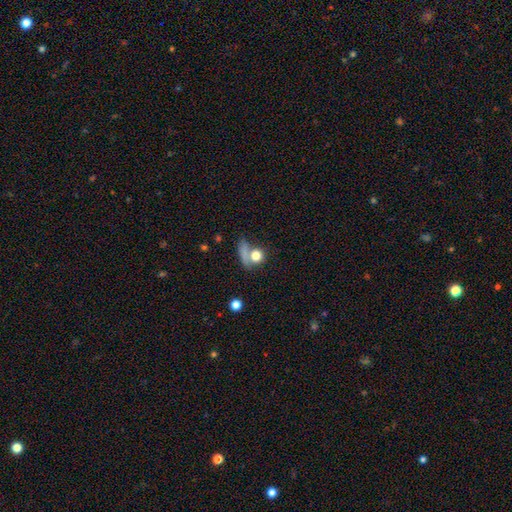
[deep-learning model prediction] A smooth galaxy with no disk features (76%) that is round (73%). Merging: none (47%).